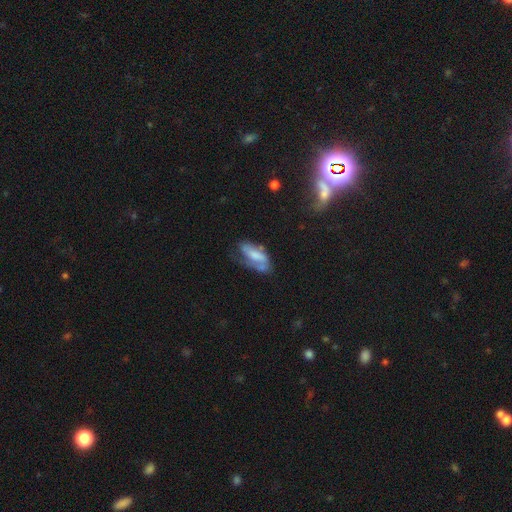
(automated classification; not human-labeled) smooth 48%, featured or disk 44%, star or artifact 8%. Down the decision tree: merging — none (39%).